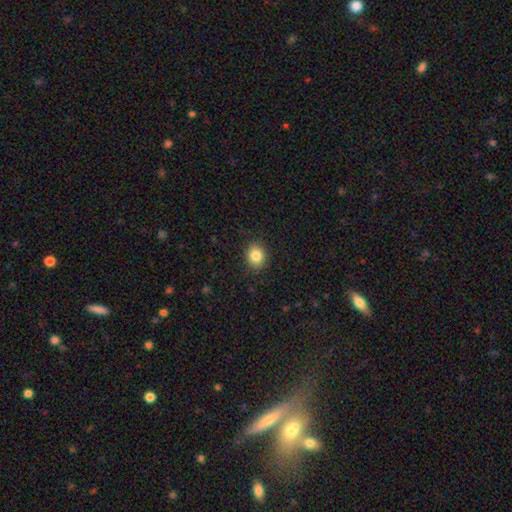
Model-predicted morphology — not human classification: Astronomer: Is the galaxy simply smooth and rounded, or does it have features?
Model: smooth — 85%.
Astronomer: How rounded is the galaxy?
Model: round — 66%.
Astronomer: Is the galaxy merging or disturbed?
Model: none — 89%.